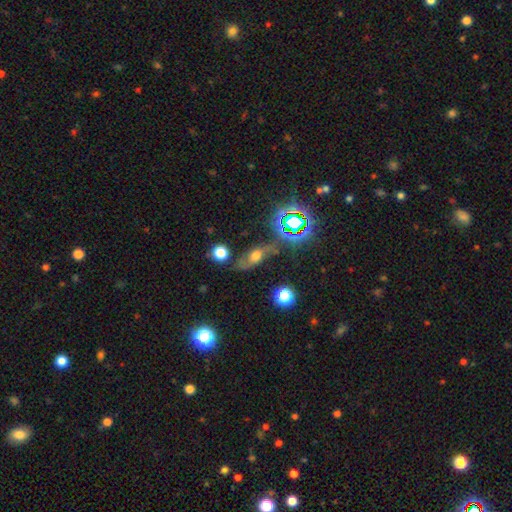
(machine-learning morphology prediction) A featured or disk galaxy (42%). Merging: none (60%).